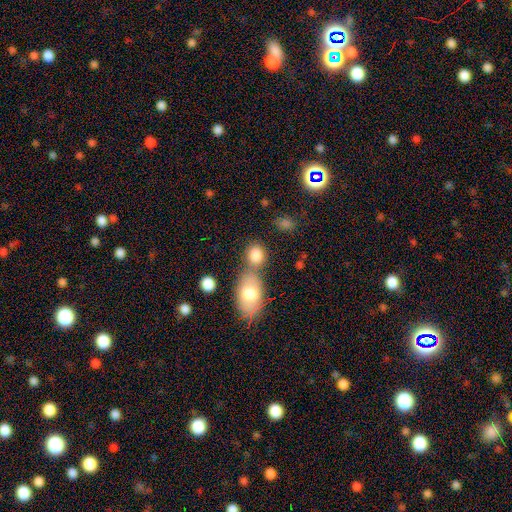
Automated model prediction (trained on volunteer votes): A smooth galaxy with no disk features (81%) that is round (51%).

Vote fractions:
- Smooth or featured? smooth: 81% / featured or disk: 10% / star or artifact: 9%
- How rounded? round: 51% / in between: 47% / cigar-shaped: 2%
- Merging? merger: 44% / none: 42% / minor disturbance: 10% / major disturbance: 4%